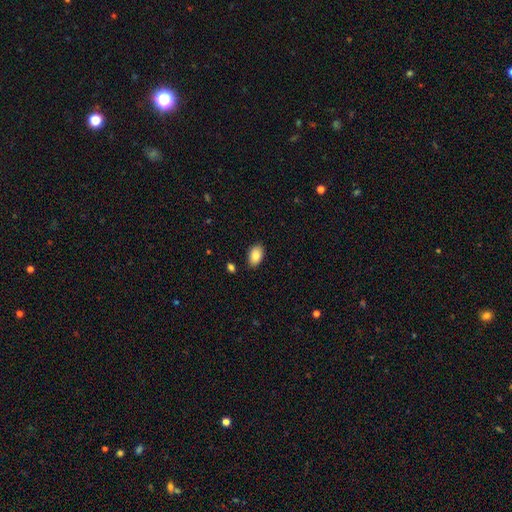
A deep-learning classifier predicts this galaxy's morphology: Smooth or featured?
  - smooth: 85% *
  - featured or disk: 8%
  - star or artifact: 7%
How rounded?
  - in between: 91% *
  - round: 8%
  - cigar-shaped: 1%
Merging?
  - none: 86% *
  - minor disturbance: 10%
  - major disturbance: 2%
  - merger: 2%